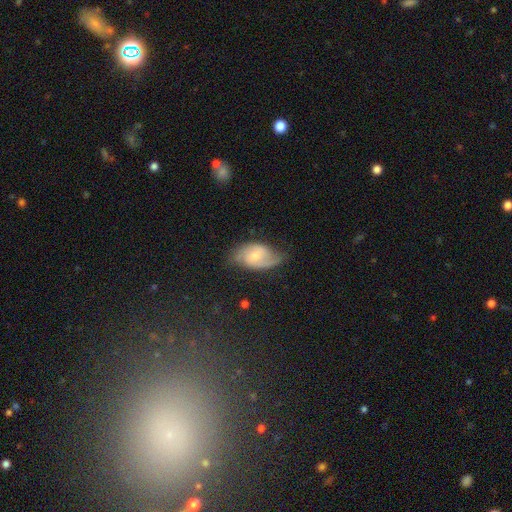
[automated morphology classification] This appears to be a featured or disk galaxy (69%) with no bar (53%), 2 (79%) medium (45%) spiral arms (91%) and a small central bulge (48%). Merging: none (62%).